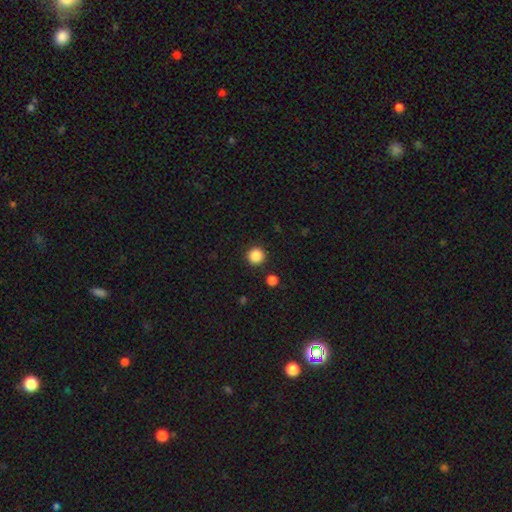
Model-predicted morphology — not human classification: smooth-or-featured: smooth: 87% | star or artifact: 10% | featured or disk: 3%
  how-rounded: round: 95% | in between: 4% | cigar-shaped: 1%
  merging: none: 90% | minor disturbance: 5% | merger: 2% | major disturbance: 2%